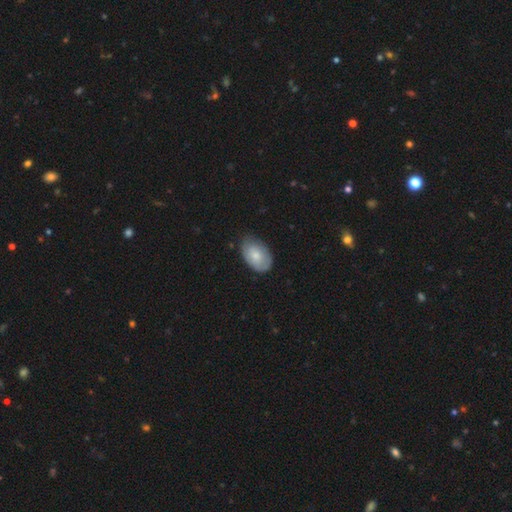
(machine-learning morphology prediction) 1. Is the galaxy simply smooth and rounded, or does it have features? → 74% smooth, 20% featured or disk, 6% star or artifact.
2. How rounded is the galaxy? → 90% in between, 9% round, 1% cigar-shaped.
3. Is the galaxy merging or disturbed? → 66% none, 28% minor disturbance, 5% major disturbance, 1% merger.